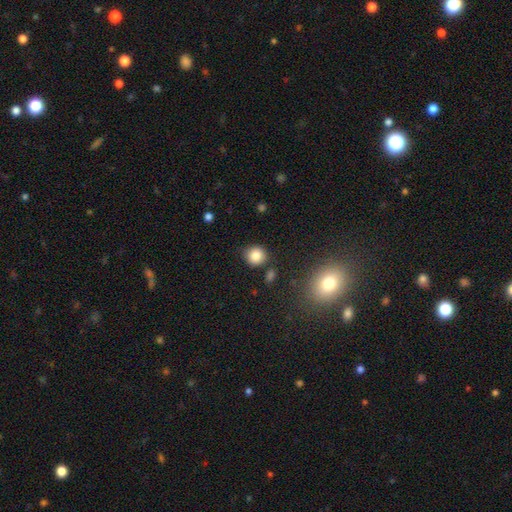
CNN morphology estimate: smooth-or-featured: smooth: 84% | star or artifact: 10% | featured or disk: 6%
  how-rounded: round: 86% | in between: 13% | cigar-shaped: 1%
  merging: none: 83% | minor disturbance: 10% | merger: 4% | major disturbance: 3%